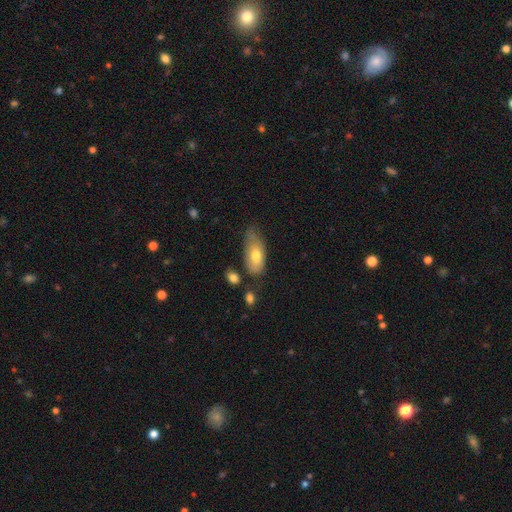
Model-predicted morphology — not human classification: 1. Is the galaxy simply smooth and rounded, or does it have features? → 71% smooth, 22% featured or disk, 7% star or artifact.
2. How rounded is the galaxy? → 89% in between, 8% cigar-shaped, 4% round.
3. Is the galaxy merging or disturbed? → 42% none, 38% minor disturbance, 13% major disturbance, 7% merger.